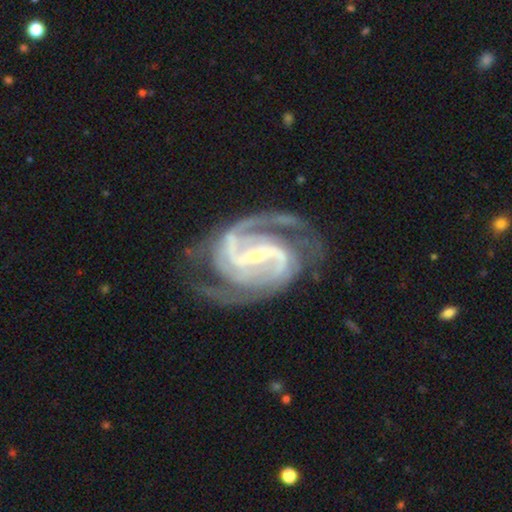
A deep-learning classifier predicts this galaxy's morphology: Smooth or featured: featured or disk — 93% (star or artifact — 4%)
Edge-on disk: no — 98% (yes — 2%)
Bar: strong — 53% (weak — 37%)
Spiral arms: yes — 99% (no — 1%)
Spiral winding: medium — 51% (tight — 40%)
Spiral arm count: 2 — 68% (3 — 16%)
Bulge size: small — 66% (moderate — 26%)
Merging: none — 69% (minor disturbance — 18%)